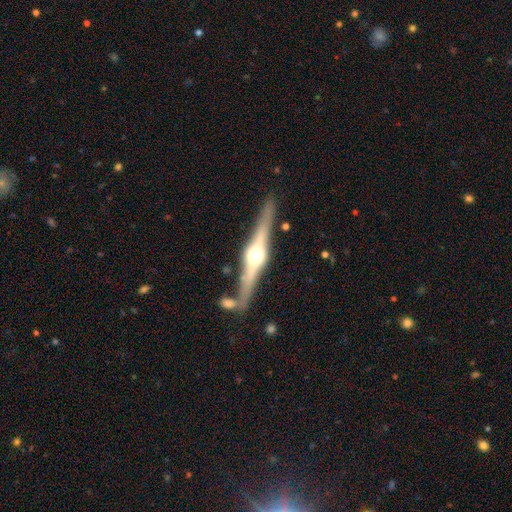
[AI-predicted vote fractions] smooth_or_featured: featured or disk (p=0.82) [alt: smooth p=0.13]
disk_edge_on: yes (p=0.97) [alt: no p=0.03]
edge_on_bulge: rounded (p=0.93) [alt: boxy p=0.05]
merging: none (p=0.79) [alt: minor disturbance p=0.11]